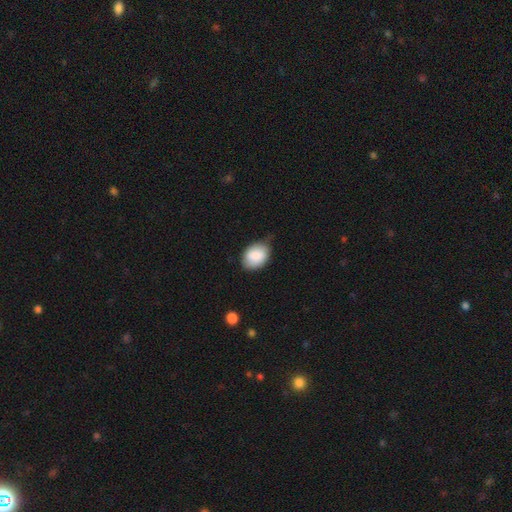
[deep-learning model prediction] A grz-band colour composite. It shows a smooth galaxy with no disk features (87%) that is in between round and cigar-shaped (73%). Merging: none (58%).